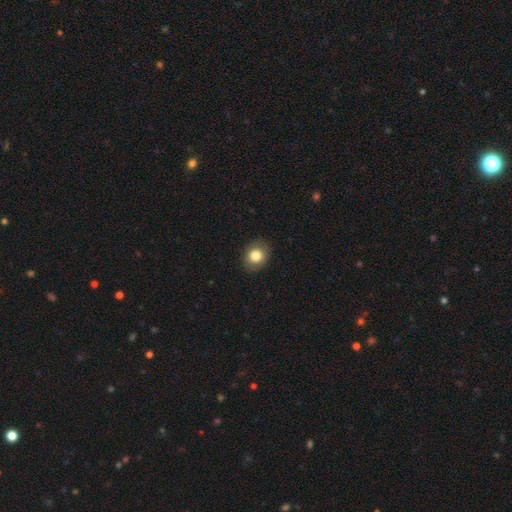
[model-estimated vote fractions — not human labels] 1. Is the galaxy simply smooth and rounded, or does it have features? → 80% smooth, 11% featured or disk, 9% star or artifact.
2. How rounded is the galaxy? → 52% round, 47% in between, 1% cigar-shaped.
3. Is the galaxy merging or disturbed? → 87% none, 9% minor disturbance, 3% major disturbance, 1% merger.